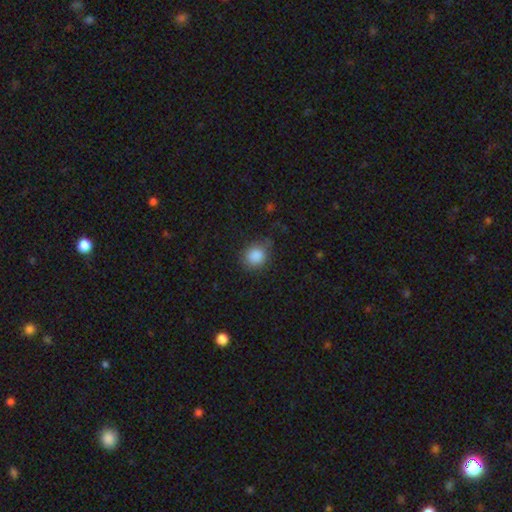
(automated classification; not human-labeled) smooth-or-featured: smooth: 87% | star or artifact: 9% | featured or disk: 4%
  how-rounded: round: 74% | in between: 25% | cigar-shaped: 1%
  merging: none: 70% | minor disturbance: 22% | major disturbance: 7% | merger: 2%